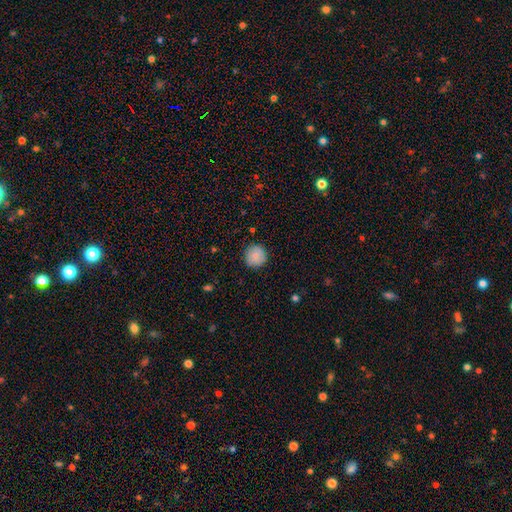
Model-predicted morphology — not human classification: smooth 83%, featured or disk 9%, star or artifact 8%. Down the decision tree: how rounded — round (94%); merging — none (87%).